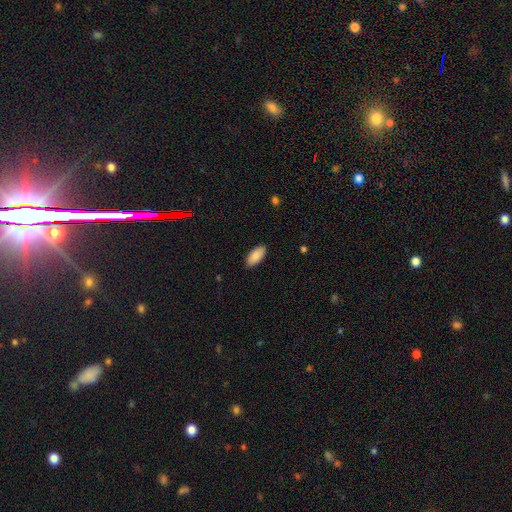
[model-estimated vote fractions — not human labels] The model was most divided on "merging": none: 89%, minor disturbance: 8%, major disturbance: 2%, merger: 1%. More confident: how rounded — in between (92%); smooth or featured — smooth (90%).